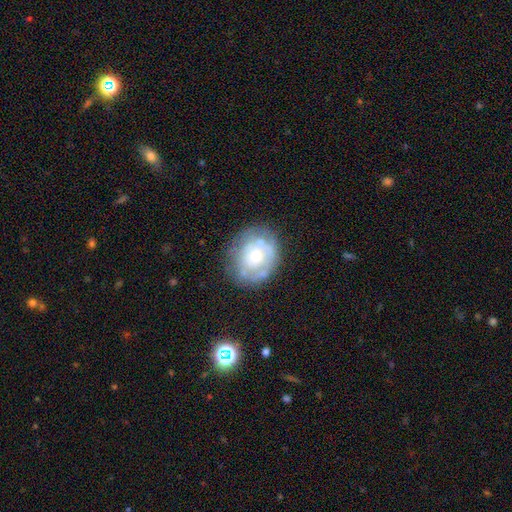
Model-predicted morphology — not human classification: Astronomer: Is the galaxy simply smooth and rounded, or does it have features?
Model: featured or disk — 58% (runner-up: smooth, 34%).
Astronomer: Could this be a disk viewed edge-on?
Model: no — 97%.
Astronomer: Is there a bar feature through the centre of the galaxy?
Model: no — 88%.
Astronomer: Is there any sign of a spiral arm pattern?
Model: no — 67%.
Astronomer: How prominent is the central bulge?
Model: moderate — 51% (runner-up: small, 42%).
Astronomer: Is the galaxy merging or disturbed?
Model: none — 62%.